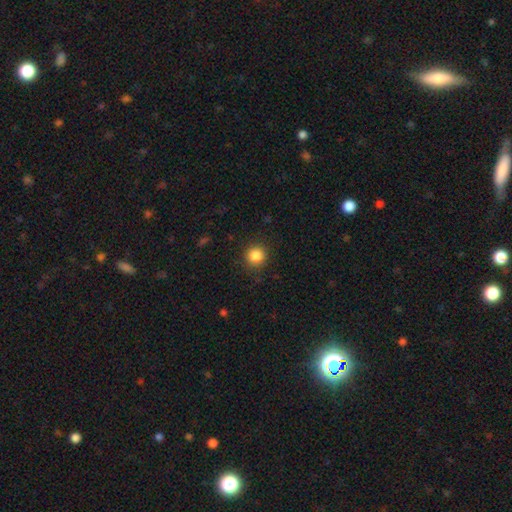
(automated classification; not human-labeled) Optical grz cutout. It shows a smooth galaxy with no disk features (85%) that is round (92%). Merging: none (89%).